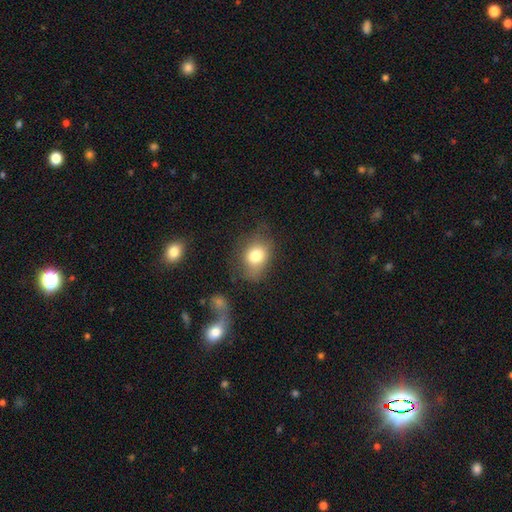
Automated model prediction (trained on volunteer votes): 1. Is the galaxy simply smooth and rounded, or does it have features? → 78% smooth, 13% featured or disk, 9% star or artifact.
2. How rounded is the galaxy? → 59% in between, 40% round, 1% cigar-shaped.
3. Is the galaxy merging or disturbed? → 58% none, 24% minor disturbance, 13% major disturbance, 5% merger.